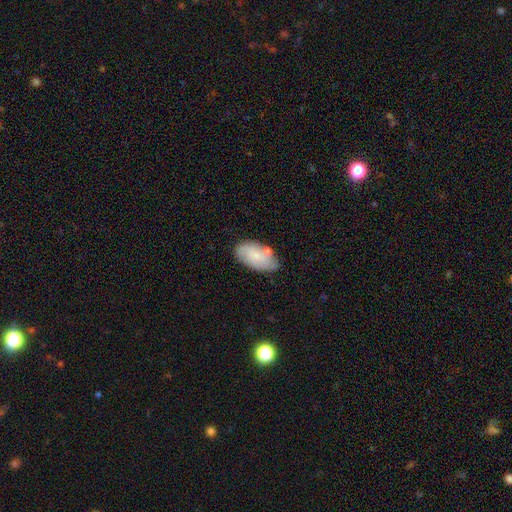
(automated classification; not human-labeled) smooth-or-featured: smooth: 57% | featured or disk: 36% | star or artifact: 7%
  how-rounded: in between: 93% | round: 4% | cigar-shaped: 3%
  merging: none: 64% | minor disturbance: 22% | merger: 9% | major disturbance: 5%